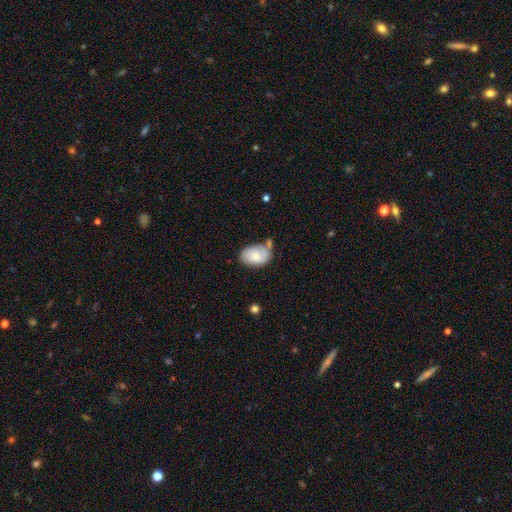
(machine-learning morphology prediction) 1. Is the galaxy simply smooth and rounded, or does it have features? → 71% smooth, 22% featured or disk, 7% star or artifact.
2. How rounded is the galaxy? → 88% in between, 11% round, 1% cigar-shaped.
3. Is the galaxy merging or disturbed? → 48% none, 29% minor disturbance, 14% merger, 9% major disturbance.